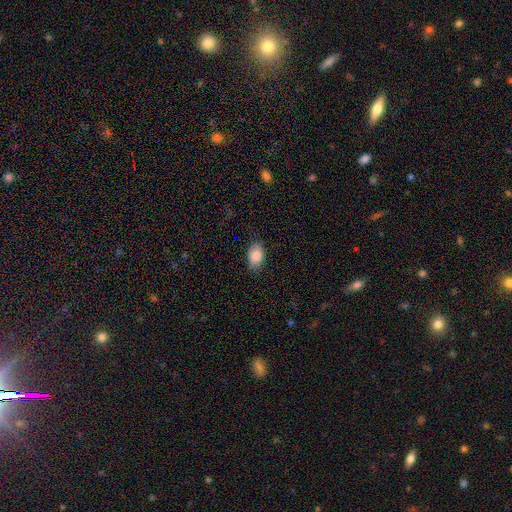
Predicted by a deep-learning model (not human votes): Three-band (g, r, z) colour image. It shows a smooth galaxy with no disk features (88%) that is in between round and cigar-shaped (87%). Merging: none (82%).